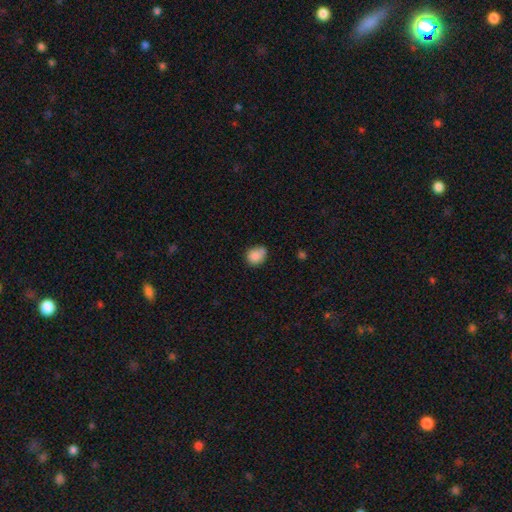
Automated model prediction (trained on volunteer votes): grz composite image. It shows a smooth galaxy with no disk features (83%) that is round (67%). Merging: none (54%).